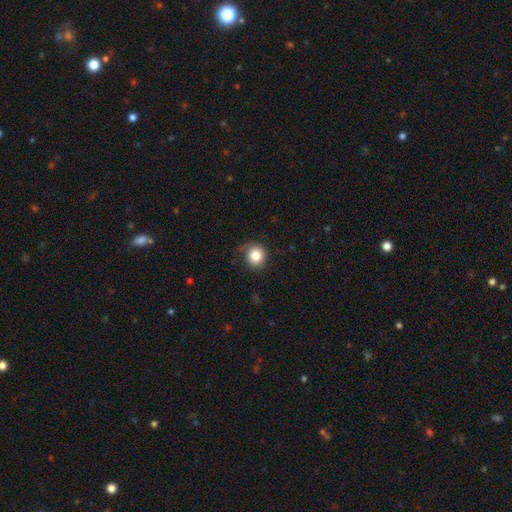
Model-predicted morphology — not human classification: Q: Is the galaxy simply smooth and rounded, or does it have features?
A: smooth — 84%.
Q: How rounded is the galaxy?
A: round — 89%.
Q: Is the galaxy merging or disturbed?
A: none — 75%.